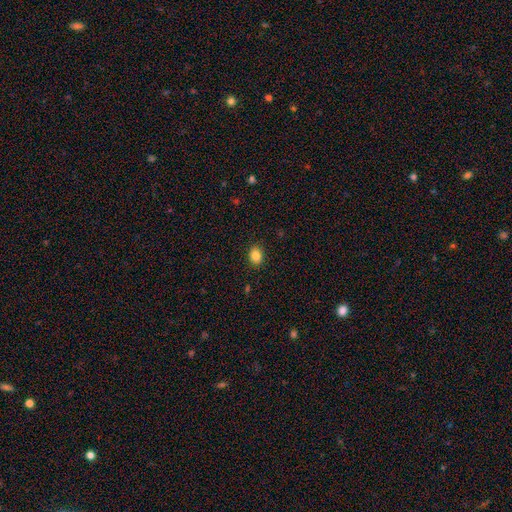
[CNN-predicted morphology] A smooth galaxy with no disk features (85%) that is in between round and cigar-shaped (56%).

Vote fractions:
- Smooth or featured? smooth: 85% / star or artifact: 10% / featured or disk: 5%
- How rounded? in between: 56% / round: 43% / cigar-shaped: 1%
- Merging? none: 89% / minor disturbance: 8% / major disturbance: 2% / merger: 1%